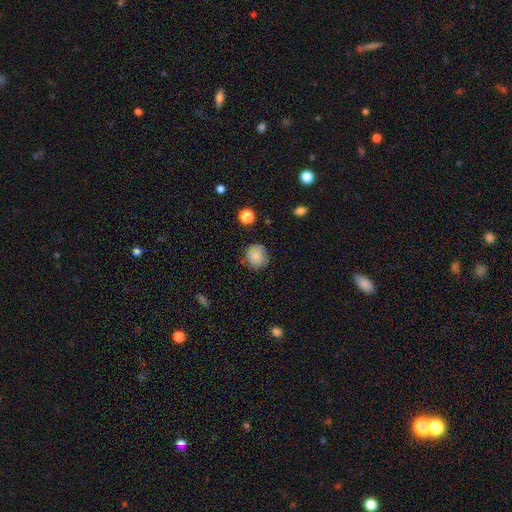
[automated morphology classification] This is clearly a smooth galaxy (82%). How rounded: clearly round (87%). Merging: likely none (77%).